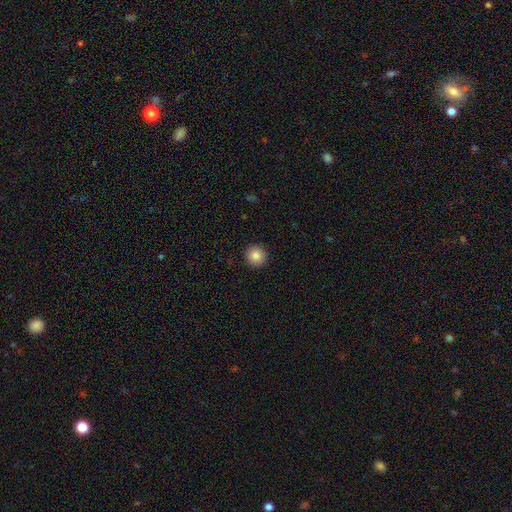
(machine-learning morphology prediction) A smooth galaxy with no disk features (85%) that is round (96%). Merging: none (93%).